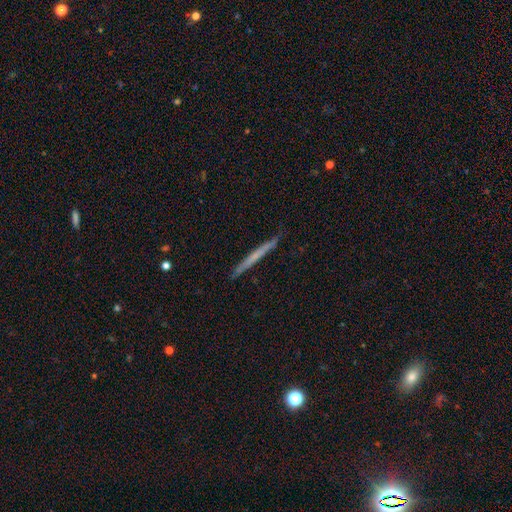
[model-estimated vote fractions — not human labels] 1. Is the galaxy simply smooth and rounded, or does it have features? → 49% featured or disk, 45% smooth, 6% star or artifact.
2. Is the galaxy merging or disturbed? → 88% none, 9% minor disturbance, 2% major disturbance, 1% merger.